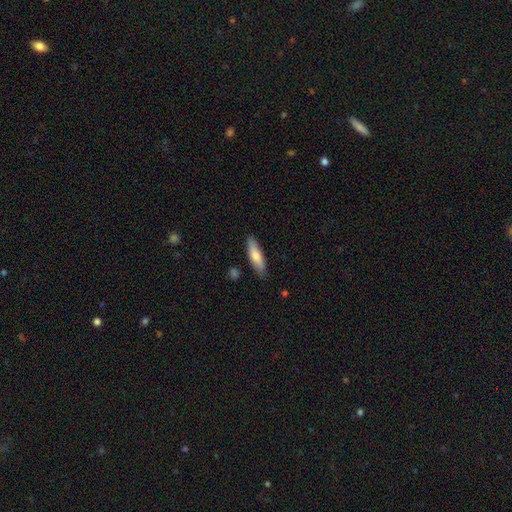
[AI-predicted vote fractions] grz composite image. It shows a smooth galaxy with no disk features (73%) that is cigar-shaped (64%). Merging: none (86%).